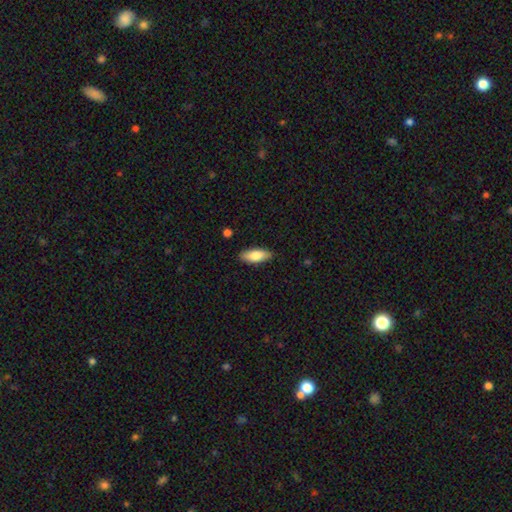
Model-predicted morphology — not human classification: A smooth galaxy with no disk features (80%) that is in between round and cigar-shaped (77%).

Vote fractions:
- Smooth or featured? smooth: 80% / featured or disk: 14% / star or artifact: 6%
- How rounded? in between: 77% / cigar-shaped: 21% / round: 2%
- Merging? none: 87% / minor disturbance: 10% / major disturbance: 2% / merger: 1%